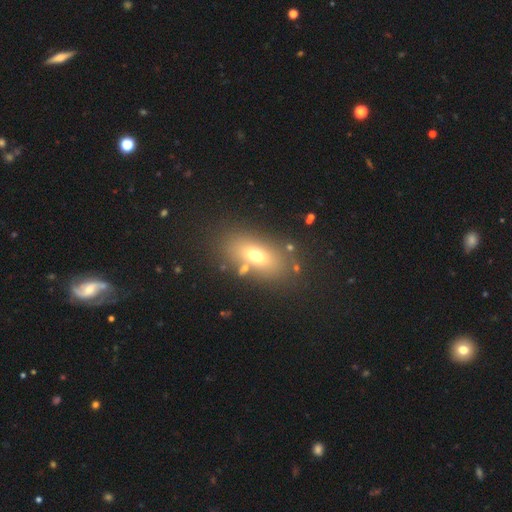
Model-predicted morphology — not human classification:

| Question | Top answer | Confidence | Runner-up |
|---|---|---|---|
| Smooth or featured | smooth | 67% | featured or disk (19%) |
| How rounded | in between | 81% | round (11%) |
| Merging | none | 77% | minor disturbance (10%) |